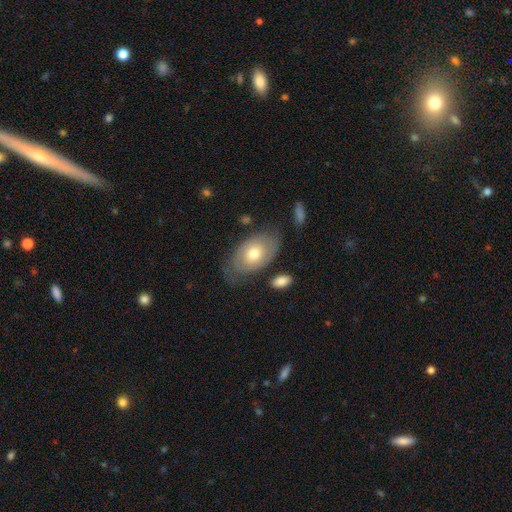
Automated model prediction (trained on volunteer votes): Morphology: type=featured or disk (57%); edge-on=no (93%); bar=no (84%); spiral arms=yes (60%); bulge=moderate (72%); merging=none (70%).